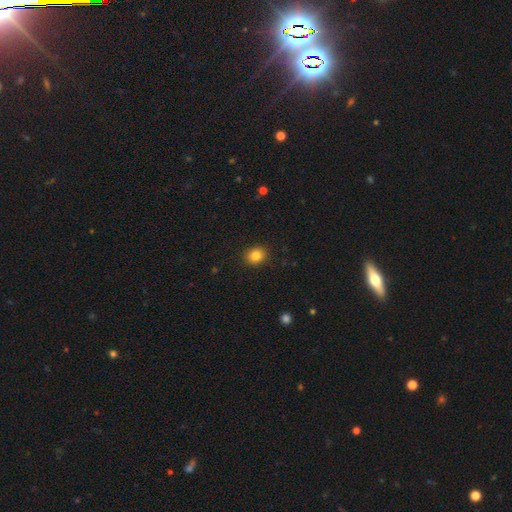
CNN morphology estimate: A smooth galaxy with no disk features (84%) that is round (67%). Merging: none (90%).